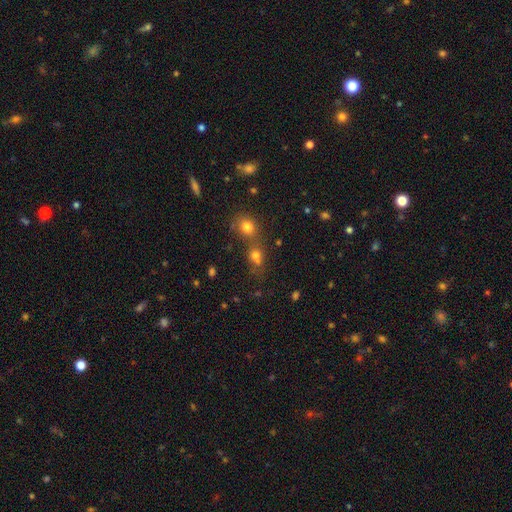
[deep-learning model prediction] Smooth or featured? Predicted: smooth (p=0.71). How rounded? Predicted: round (p=0.68). Merging? Predicted: merger (p=0.46).